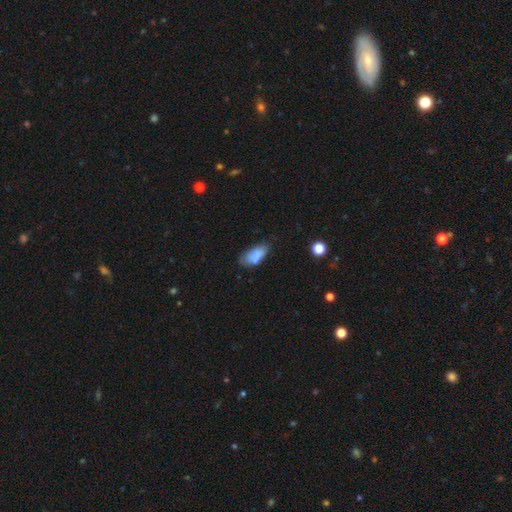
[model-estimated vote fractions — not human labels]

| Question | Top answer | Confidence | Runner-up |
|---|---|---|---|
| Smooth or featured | smooth | 77% | featured or disk (13%) |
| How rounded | in between | 88% | cigar-shaped (8%) |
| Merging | none | 48% | minor disturbance (34%) |